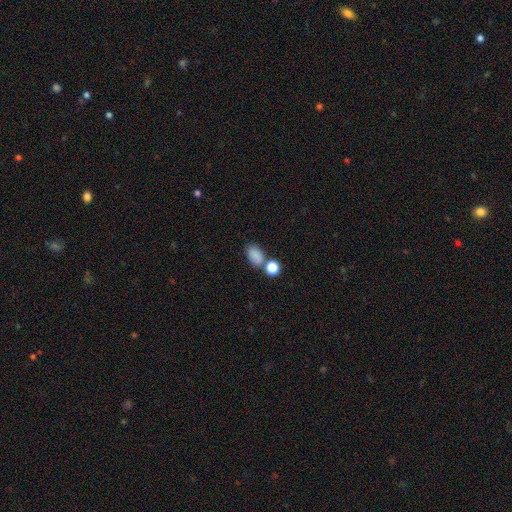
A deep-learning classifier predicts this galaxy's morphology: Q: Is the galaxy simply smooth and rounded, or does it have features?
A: smooth — 83%.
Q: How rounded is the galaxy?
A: in between — 82%.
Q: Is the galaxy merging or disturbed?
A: none — 58%.